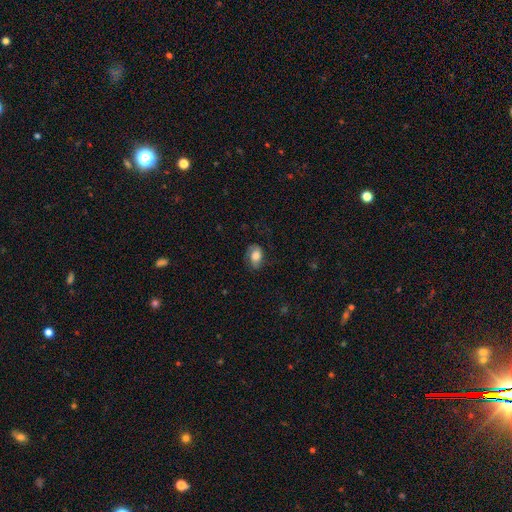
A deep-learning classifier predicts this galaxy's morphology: Q: Smooth or featured?
A: smooth (68%); runner-up: featured or disk (24%)
Q: How rounded?
A: in between (80%); runner-up: round (18%)
Q: Merging?
A: none (64%); runner-up: minor disturbance (25%)